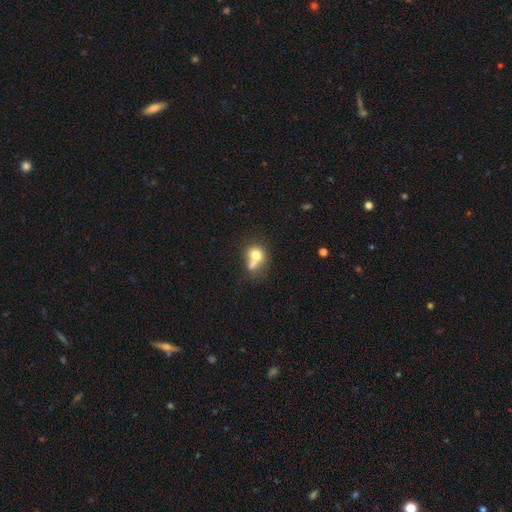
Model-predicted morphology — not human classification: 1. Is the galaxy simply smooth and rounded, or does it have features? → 70% smooth, 20% featured or disk, 11% star or artifact.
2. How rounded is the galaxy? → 69% round, 30% in between, 1% cigar-shaped.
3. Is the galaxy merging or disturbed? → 58% merger, 28% none, 9% minor disturbance, 5% major disturbance.